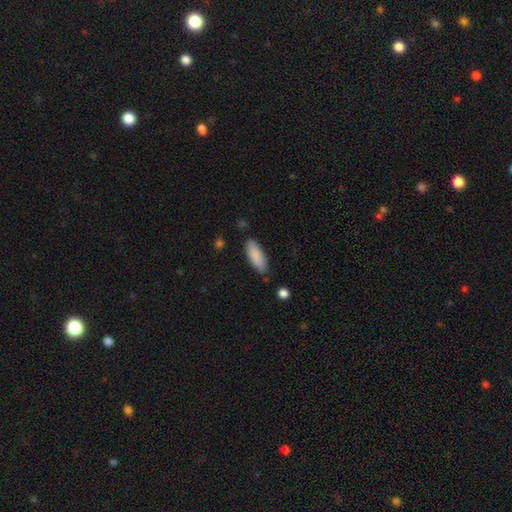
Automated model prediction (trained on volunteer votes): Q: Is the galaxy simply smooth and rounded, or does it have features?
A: smooth — 88%.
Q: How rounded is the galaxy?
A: in between — 72%.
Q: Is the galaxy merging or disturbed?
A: none — 82%.